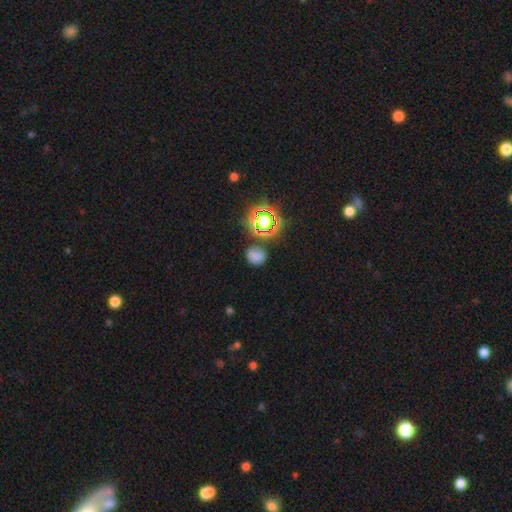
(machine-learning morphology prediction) type=smooth (65%); roundness=round (68%); merging=none (69%).